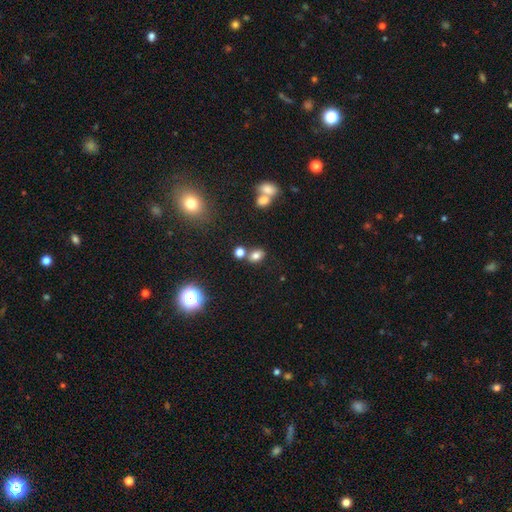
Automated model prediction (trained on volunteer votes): Smooth or featured? Predicted: smooth (p=0.76). How rounded? Predicted: in between (p=0.67). Merging? Predicted: none (p=0.60).